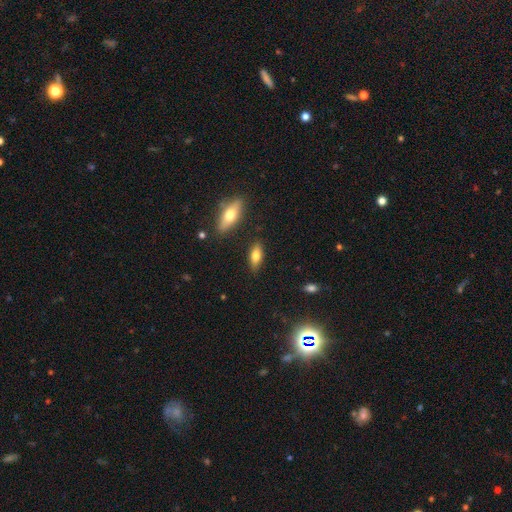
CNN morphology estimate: The model was most divided on "smooth or featured": smooth: 74%, featured or disk: 19%, star or artifact: 8%. More confident: merging — none (84%); how rounded — in between (77%).